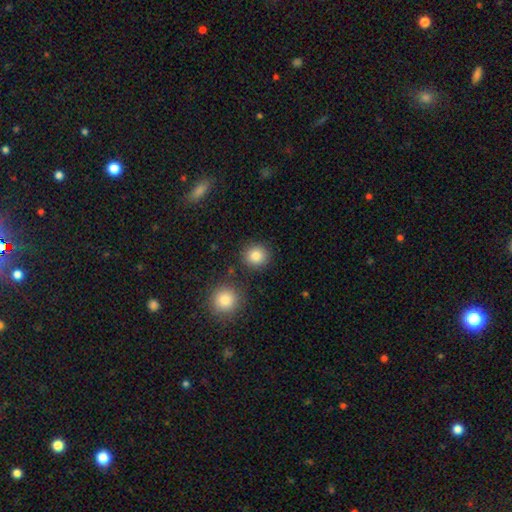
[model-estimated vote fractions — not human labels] Q: Smooth or featured?
A: smooth (85%); runner-up: star or artifact (10%)
Q: How rounded?
A: round (89%); runner-up: in between (10%)
Q: Merging?
A: none (86%); runner-up: minor disturbance (7%)